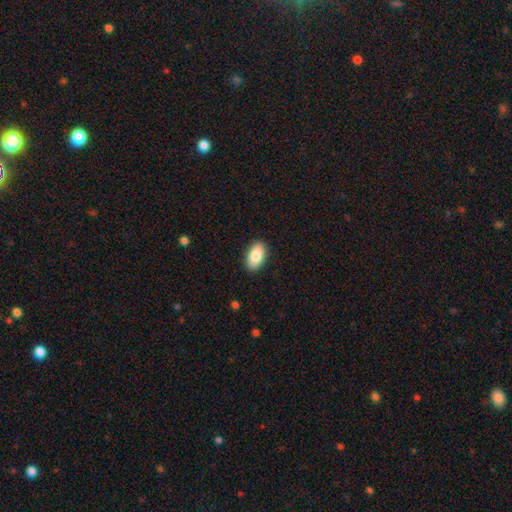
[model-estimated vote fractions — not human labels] Smooth or featured: smooth — 86% (featured or disk — 8%)
How rounded: in between — 94% (round — 3%)
Merging: none — 90% (minor disturbance — 8%)